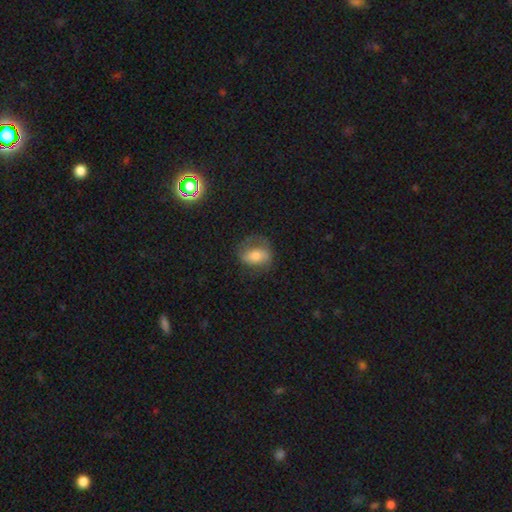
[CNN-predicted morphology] smooth-or-featured: smooth: 58% | featured or disk: 34% | star or artifact: 9%
  how-rounded: in between: 70% | round: 27% | cigar-shaped: 3%
  merging: none: 62% | minor disturbance: 21% | major disturbance: 15% | merger: 1%